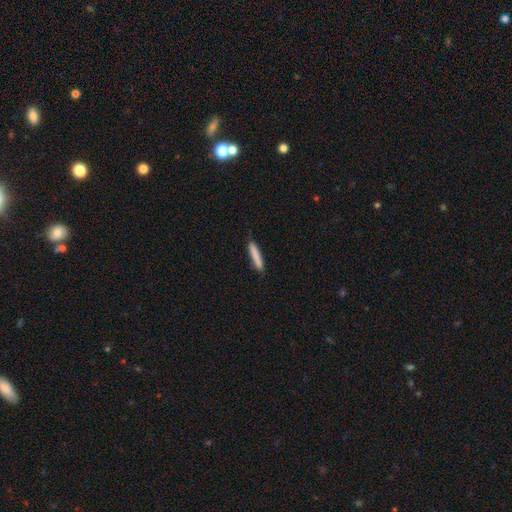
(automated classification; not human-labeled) This is clearly a smooth galaxy (83%). How rounded: clearly cigar-shaped (93%). Merging: clearly none (87%).